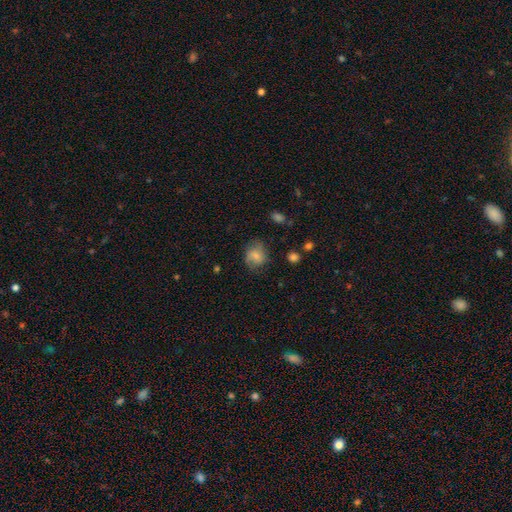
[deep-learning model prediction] A smooth galaxy with no disk features (67%) that is round (59%).

Vote fractions:
- Smooth or featured? smooth: 67% / featured or disk: 24% / star or artifact: 9%
- How rounded? round: 59% / in between: 39% / cigar-shaped: 1%
- Merging? none: 64% / minor disturbance: 24% / major disturbance: 10% / merger: 2%